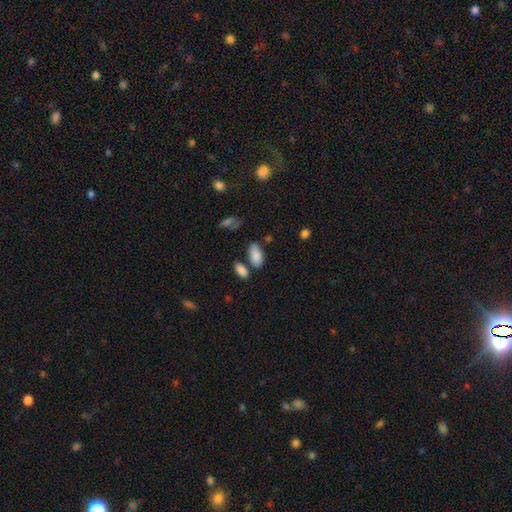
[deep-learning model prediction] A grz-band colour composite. It shows a smooth galaxy with no disk features (86%) that is in between round and cigar-shaped (92%). Merging: none (68%).